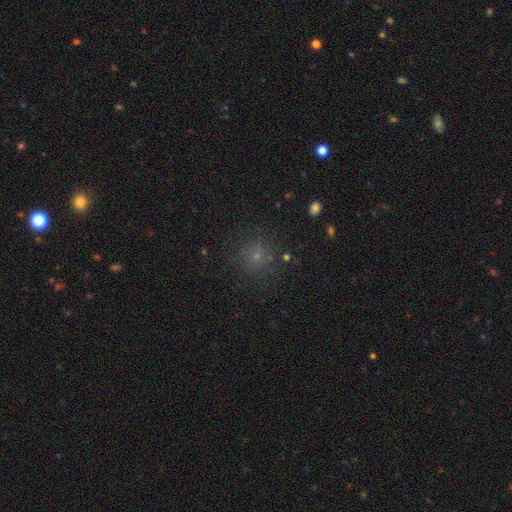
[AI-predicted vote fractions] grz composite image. It shows a smooth galaxy with no disk features (64%) that is round (93%). Merging: none (85%).